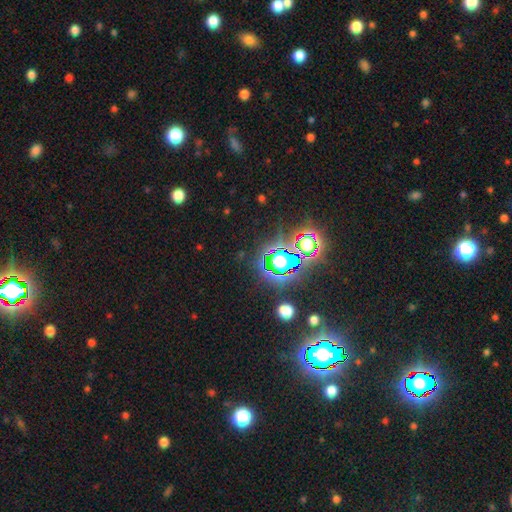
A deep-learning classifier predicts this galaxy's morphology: Overall: star or artifact (80%).